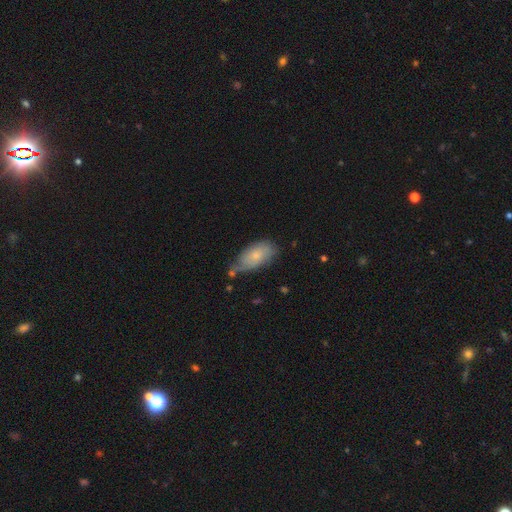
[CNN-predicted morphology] A smooth galaxy with no disk features (72%) that is in between round and cigar-shaped (91%). Merging: none (49%).